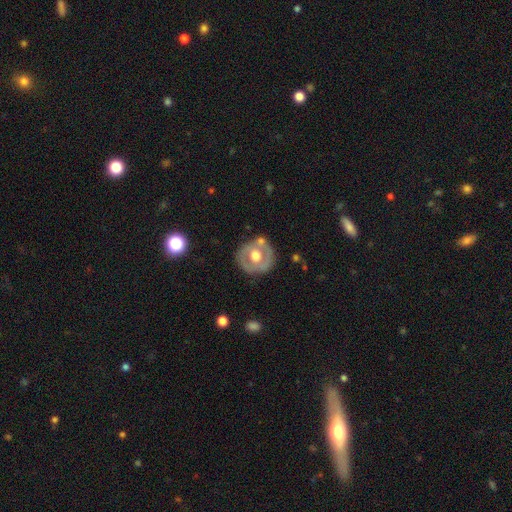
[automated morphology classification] featured or disk 54%, smooth 40%, star or artifact 6%. Down the decision tree: edge-on disk — no (94%); bar — no (81%); spiral arms — no (85%); bulge size — moderate (66%); merging — none (73%).